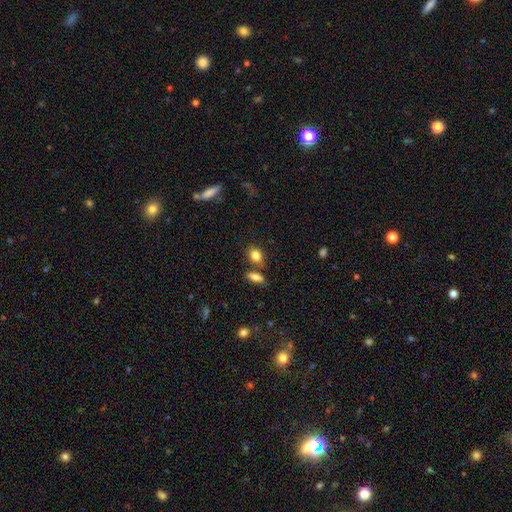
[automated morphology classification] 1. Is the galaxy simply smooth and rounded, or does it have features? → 83% smooth, 9% star or artifact, 8% featured or disk.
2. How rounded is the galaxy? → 58% in between, 40% round, 3% cigar-shaped.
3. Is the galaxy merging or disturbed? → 69% none, 16% merger, 12% minor disturbance, 3% major disturbance.